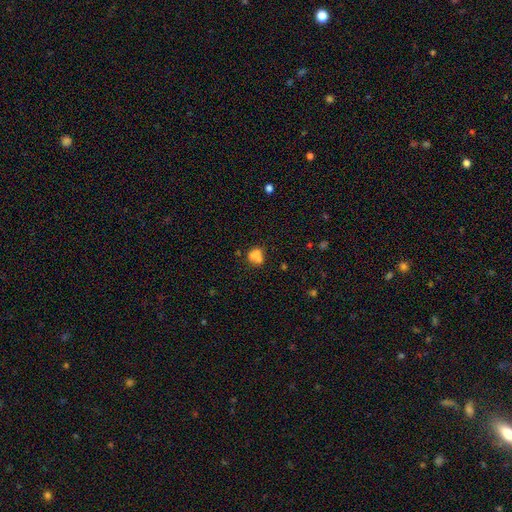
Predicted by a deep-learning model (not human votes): Q: Smooth or featured?
A: smooth (62%); runner-up: featured or disk (25%)
Q: How rounded?
A: round (65%); runner-up: in between (34%)
Q: Merging?
A: merger (54%); runner-up: none (31%)